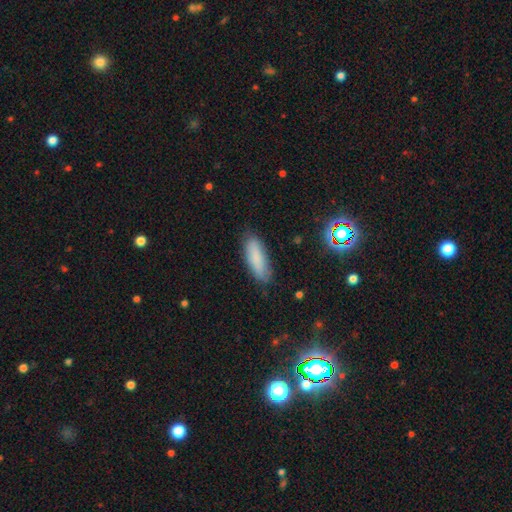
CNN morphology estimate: This is clearly a smooth galaxy (84%). How rounded: possibly in between (57%). Merging: clearly none (80%).